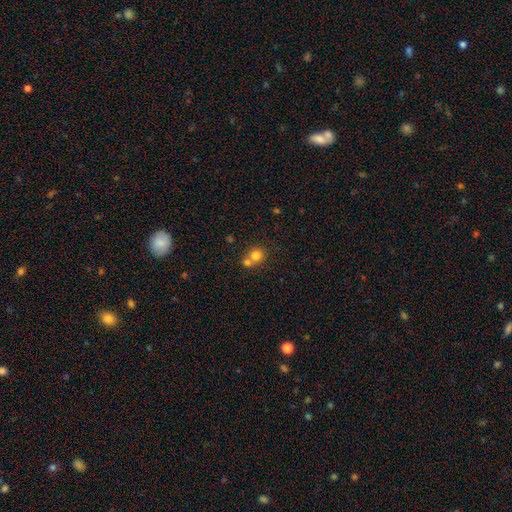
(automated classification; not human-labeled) smooth 78%, star or artifact 11%, featured or disk 10%. Down the decision tree: how rounded — round (84%); merging — merger (50%).